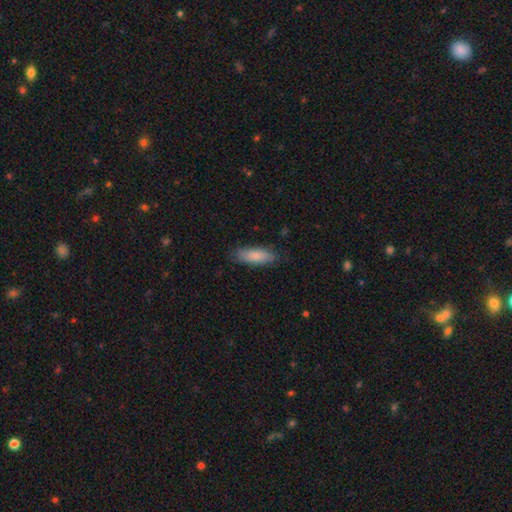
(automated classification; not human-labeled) Smooth or featured: smooth — 82% (featured or disk — 12%)
How rounded: in between — 58% (cigar-shaped — 40%)
Merging: none — 81% (minor disturbance — 15%)